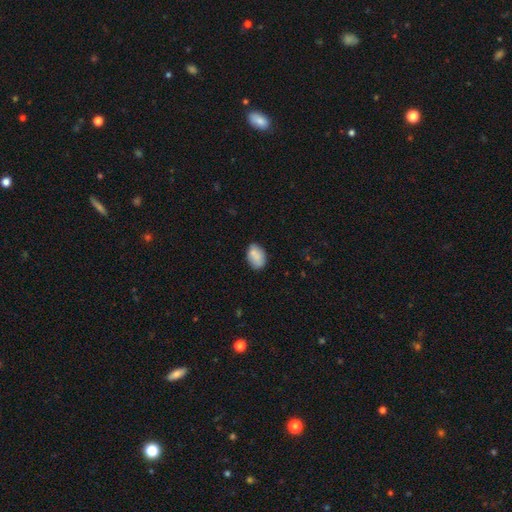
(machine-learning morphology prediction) Smooth or featured: smooth — 82% (featured or disk — 11%)
How rounded: in between — 85% (round — 14%)
Merging: none — 70% (minor disturbance — 22%)